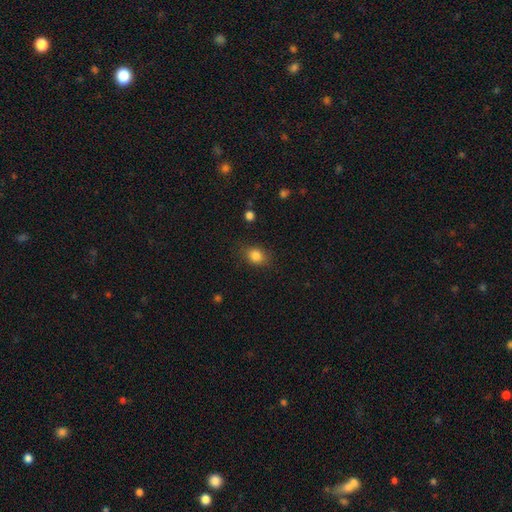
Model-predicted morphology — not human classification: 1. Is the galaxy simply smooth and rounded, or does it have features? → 84% smooth, 10% star or artifact, 5% featured or disk.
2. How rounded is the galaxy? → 55% round, 44% in between, 1% cigar-shaped.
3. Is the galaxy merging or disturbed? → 81% none, 14% minor disturbance, 4% major disturbance, 1% merger.